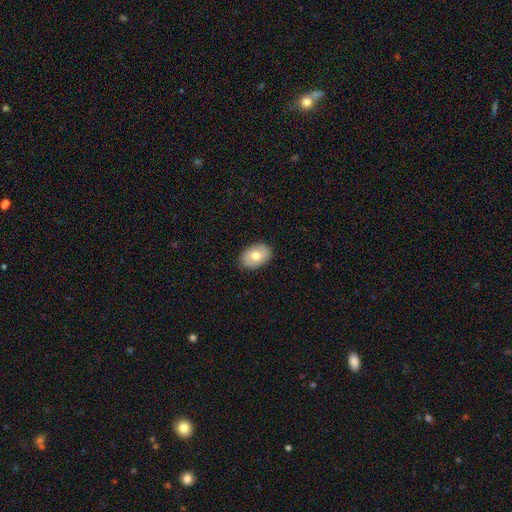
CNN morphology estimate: smooth 70%, featured or disk 23%, star or artifact 7%. Down the decision tree: how rounded — in between (82%); merging — none (87%).